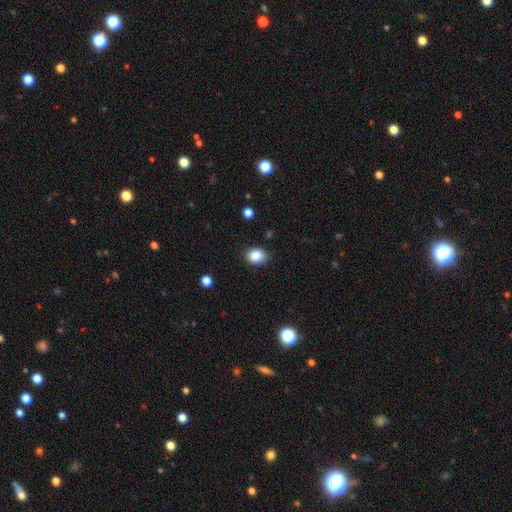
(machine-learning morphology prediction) smooth-or-featured: smooth: 86% | star or artifact: 9% | featured or disk: 5%
  how-rounded: in between: 55% | round: 44% | cigar-shaped: 1%
  merging: none: 85% | minor disturbance: 11% | major disturbance: 2% | merger: 1%